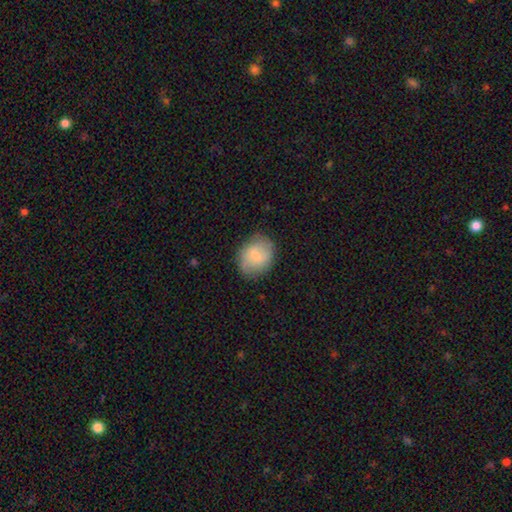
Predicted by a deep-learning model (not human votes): Morphology: type=smooth (64%); roundness=round (56%); merging=none (77%).